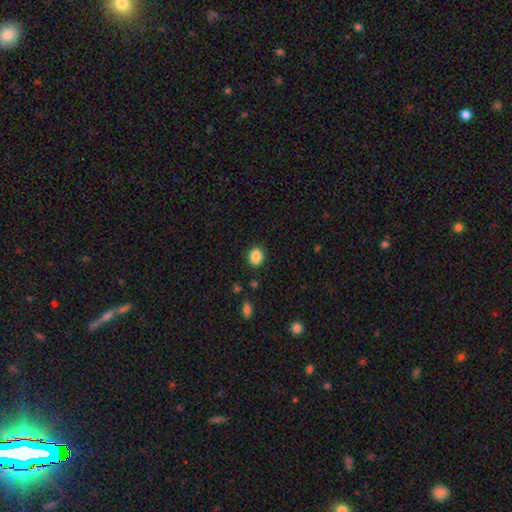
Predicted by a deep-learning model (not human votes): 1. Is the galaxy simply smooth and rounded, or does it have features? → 86% smooth, 9% star or artifact, 4% featured or disk.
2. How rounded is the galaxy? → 51% round, 48% in between, 1% cigar-shaped.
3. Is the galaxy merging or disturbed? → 83% none, 11% minor disturbance, 3% merger, 3% major disturbance.